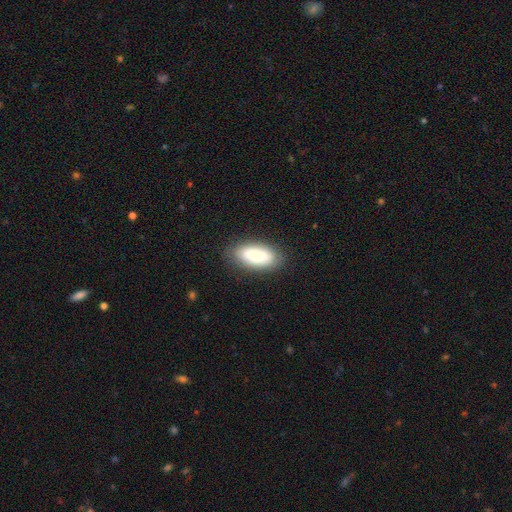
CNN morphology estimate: smooth-or-featured: smooth: 66% | featured or disk: 27% | star or artifact: 7%
  how-rounded: in between: 91% | cigar-shaped: 5% | round: 4%
  merging: none: 82% | minor disturbance: 13% | major disturbance: 4% | merger: 2%